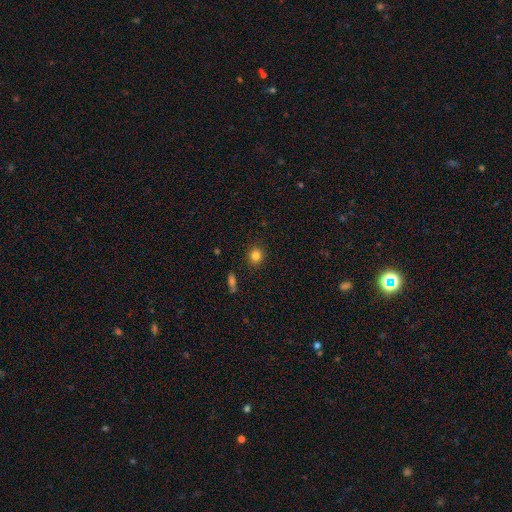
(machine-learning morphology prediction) type=smooth (82%); roundness=round (84%); merging=none (90%).